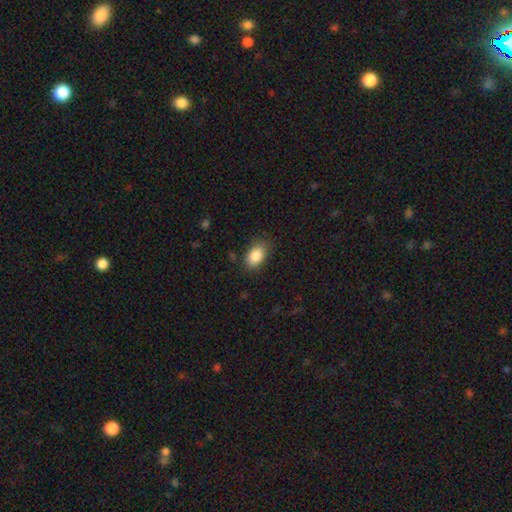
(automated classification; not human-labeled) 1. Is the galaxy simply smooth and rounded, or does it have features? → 87% smooth, 7% star or artifact, 5% featured or disk.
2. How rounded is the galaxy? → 90% in between, 8% round, 2% cigar-shaped.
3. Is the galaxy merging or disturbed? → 80% none, 15% minor disturbance, 4% major disturbance, 1% merger.